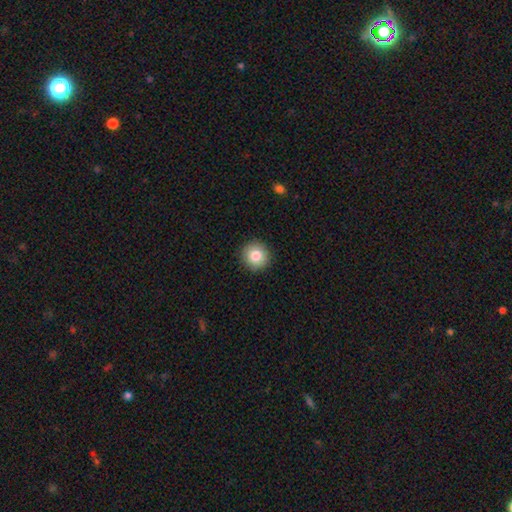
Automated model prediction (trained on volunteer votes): The model was most divided on "smooth or featured": smooth: 84%, star or artifact: 9%, featured or disk: 7%. More confident: how rounded — round (94%); merging — none (92%).